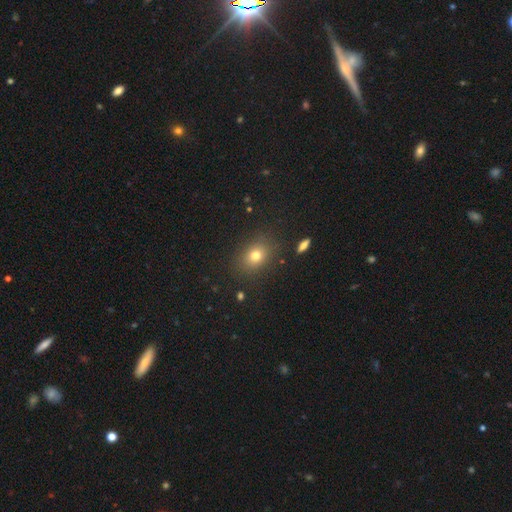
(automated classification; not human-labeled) Smooth or featured? smooth (76%)
How rounded? in between (53%)
Merging? none (85%)